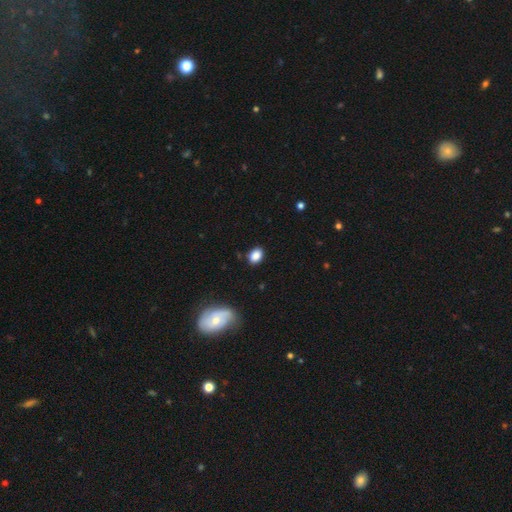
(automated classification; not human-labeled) Overall: smooth (86%). How rounded: in between (73%). Merging: none (85%).